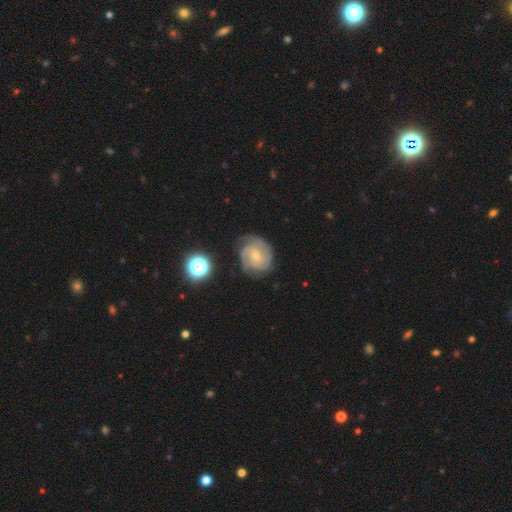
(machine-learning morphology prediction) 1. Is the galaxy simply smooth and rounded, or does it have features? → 81% featured or disk, 12% smooth, 7% star or artifact.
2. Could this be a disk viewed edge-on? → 98% no, 2% yes.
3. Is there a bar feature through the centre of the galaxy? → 65% no, 29% weak, 6% strong.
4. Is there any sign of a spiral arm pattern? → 96% yes, 4% no.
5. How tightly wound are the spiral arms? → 59% tight, 33% medium, 7% loose.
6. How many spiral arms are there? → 37% 3, 22% can't tell, 20% 2, 11% 4, 5% 1, 5% more than 4.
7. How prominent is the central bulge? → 70% small, 26% moderate, 2% none, 1% large, 1% dominant.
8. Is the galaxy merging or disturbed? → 70% none, 20% minor disturbance, 8% major disturbance, 2% merger.